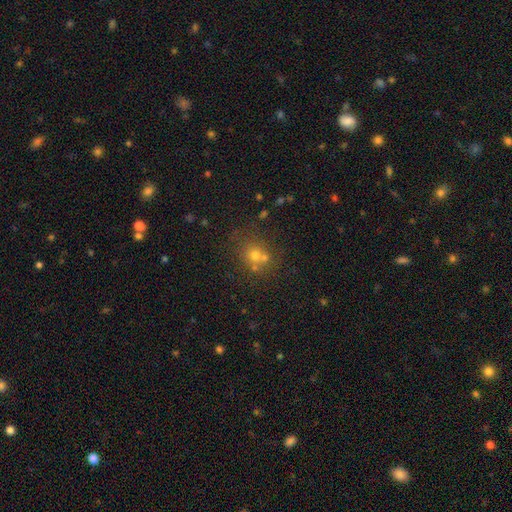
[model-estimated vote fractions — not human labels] This appears to be a smooth galaxy with no disk features (60%) that is round (82%). Merging: none (55%).